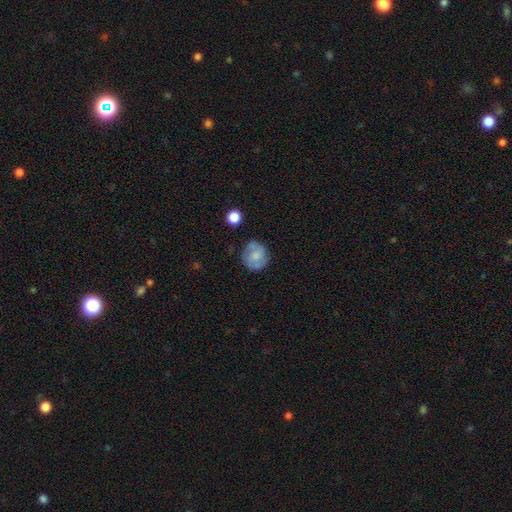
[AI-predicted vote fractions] Morphology: type=smooth (51%); roundness=round (84%); merging=none (70%).